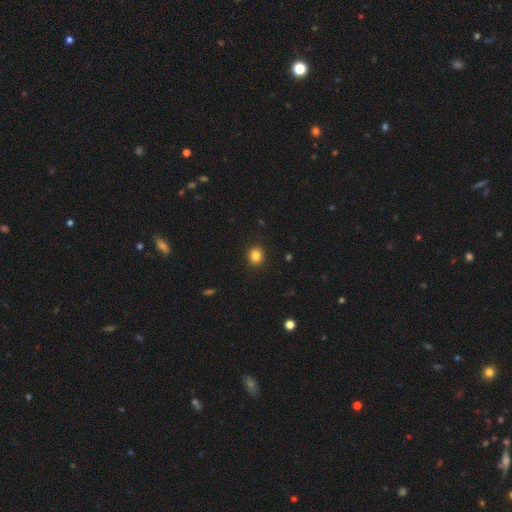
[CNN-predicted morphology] smooth 84%, star or artifact 11%, featured or disk 5%. Down the decision tree: how rounded — round (81%); merging — none (92%).